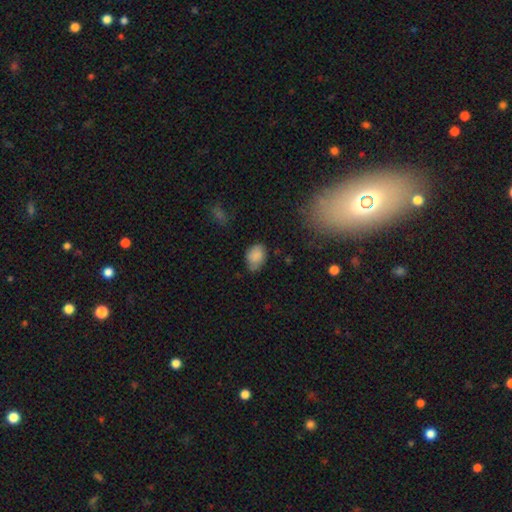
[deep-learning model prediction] Morphology: type=smooth (84%); roundness=in between (76%); merging=none (63%).